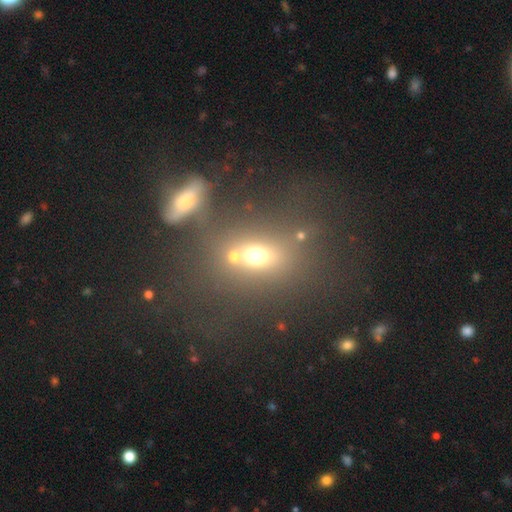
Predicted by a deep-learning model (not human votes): This is likely a smooth galaxy (61%). How rounded: possibly in between (48%, tied with round). Merging: possibly none (56%).